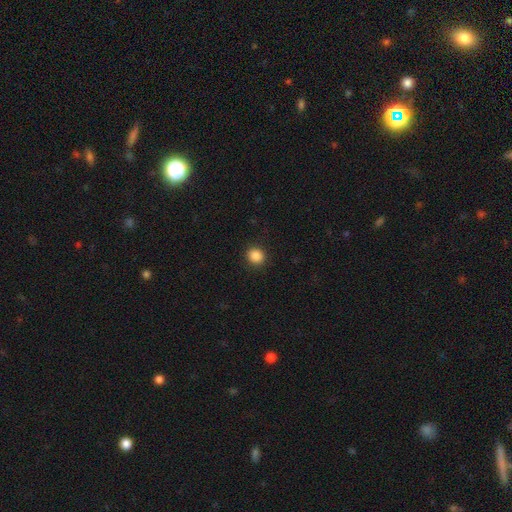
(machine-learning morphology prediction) Overall: smooth (86%). How rounded: round (86%). Merging: none (91%).